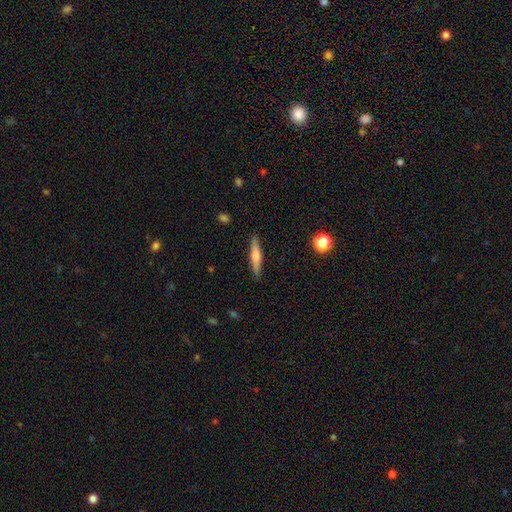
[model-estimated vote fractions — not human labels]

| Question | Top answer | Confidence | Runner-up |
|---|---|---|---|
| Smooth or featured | smooth | 57% | featured or disk (37%) |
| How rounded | cigar-shaped | 90% | in between (9%) |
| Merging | none | 90% | minor disturbance (7%) |